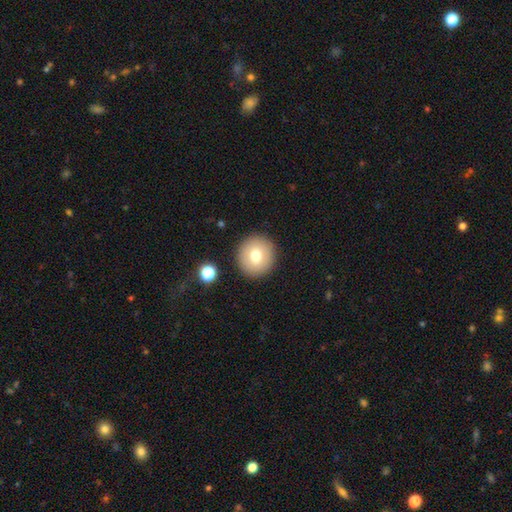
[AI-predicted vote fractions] smooth 73%, featured or disk 17%, star or artifact 10%. Down the decision tree: how rounded — round (93%); merging — none (90%).